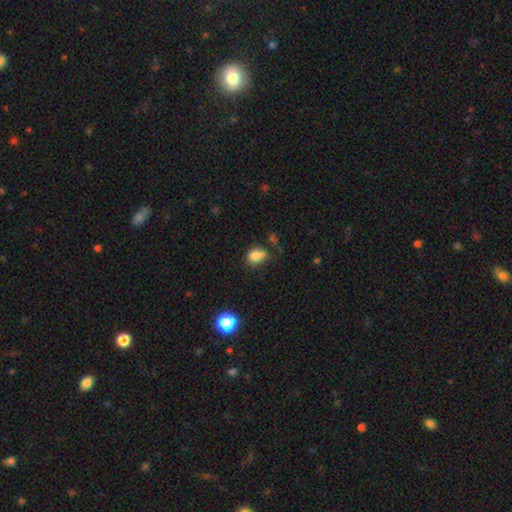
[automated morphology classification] Overall: smooth (82%). How rounded: in between (54%; round 44%). Merging: none (51%; minor disturbance 29%).